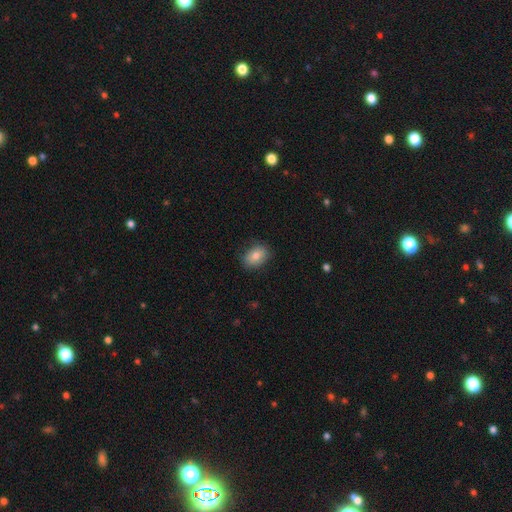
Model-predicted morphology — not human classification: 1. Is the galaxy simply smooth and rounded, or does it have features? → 79% smooth, 12% featured or disk, 8% star or artifact.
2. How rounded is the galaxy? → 76% in between, 23% round, 1% cigar-shaped.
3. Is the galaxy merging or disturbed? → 81% none, 15% minor disturbance, 3% major disturbance, 1% merger.